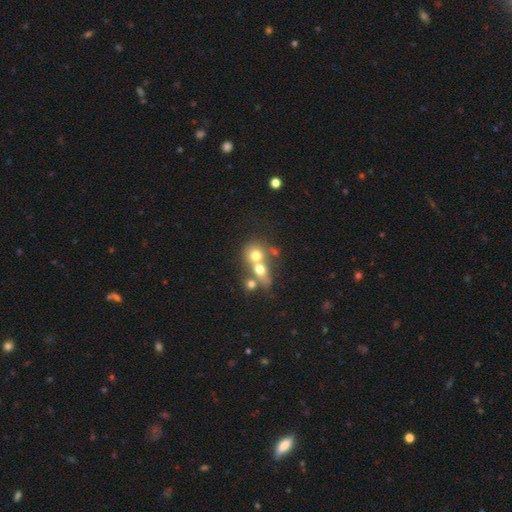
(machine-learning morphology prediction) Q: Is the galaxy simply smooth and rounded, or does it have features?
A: smooth — 64%.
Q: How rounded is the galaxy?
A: round — 74%.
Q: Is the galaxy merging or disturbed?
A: merger — 62%.